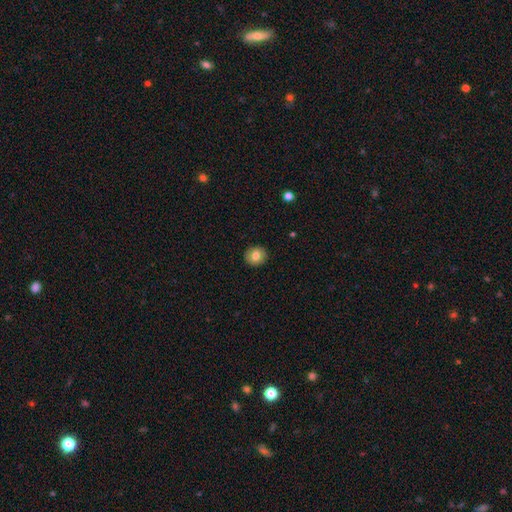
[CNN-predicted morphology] A smooth galaxy with no disk features (78%) that is round (86%).

Vote fractions:
- Smooth or featured? smooth: 78% / featured or disk: 13% / star or artifact: 9%
- How rounded? round: 86% / in between: 13% / cigar-shaped: 1%
- Merging? none: 90% / minor disturbance: 7% / major disturbance: 2% / merger: 1%